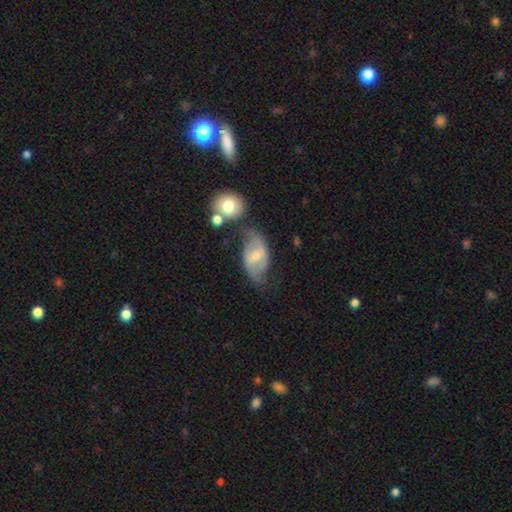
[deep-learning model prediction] Smooth or featured: featured or disk — 60% (smooth — 33%)
Edge-on disk: no — 94% (yes — 6%)
Bar: weak — 49% (strong — 30%)
Spiral arms: yes — 73% (no — 27%)
Bulge size: moderate — 46% (small — 44%)
Merging: none — 49% (minor disturbance — 26%)